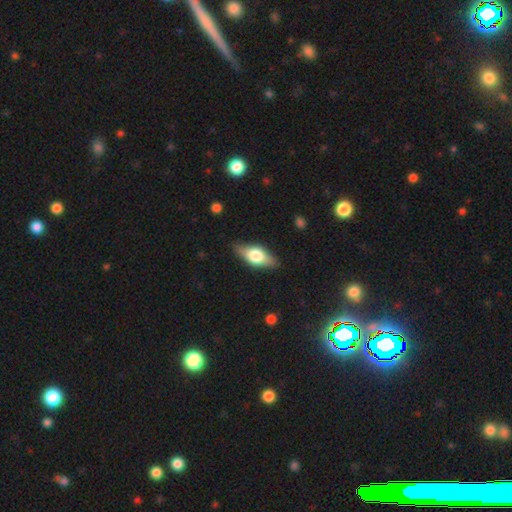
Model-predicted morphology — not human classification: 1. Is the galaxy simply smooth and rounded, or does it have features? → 55% smooth, 38% featured or disk, 6% star or artifact.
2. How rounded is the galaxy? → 78% in between, 18% cigar-shaped, 4% round.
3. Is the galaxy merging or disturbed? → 84% none, 12% minor disturbance, 3% major disturbance, 1% merger.